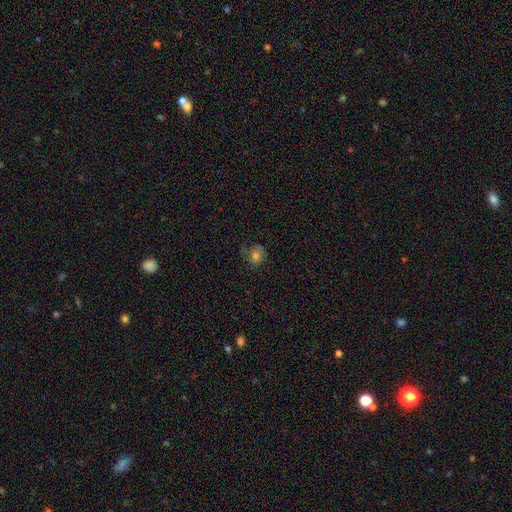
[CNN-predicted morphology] smooth_or_featured: smooth (p=0.67) [alt: featured or disk p=0.17]
how_rounded: round (p=0.68) [alt: in between p=0.31]
merging: none (p=0.61) [alt: minor disturbance p=0.23]